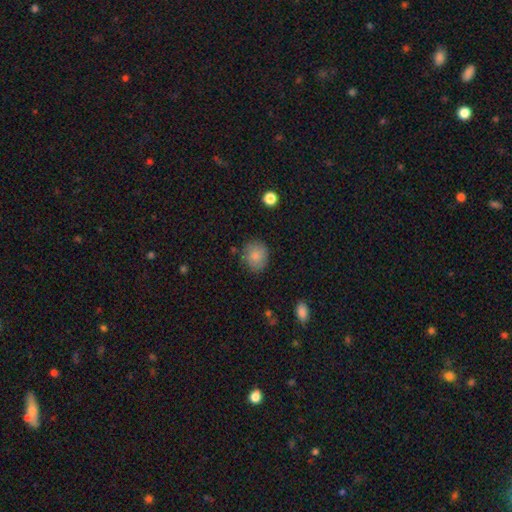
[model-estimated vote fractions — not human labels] Smooth or featured? smooth (85%)
How rounded? round (67%)
Merging? none (78%)